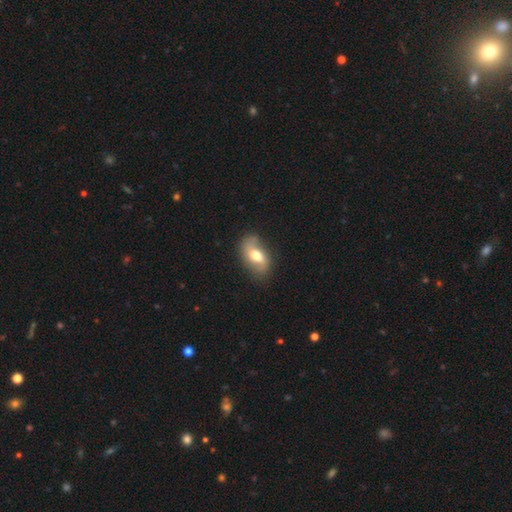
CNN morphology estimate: Smooth or featured? Predicted: smooth (p=0.60). How rounded? Predicted: in between (p=0.88). Merging? Predicted: none (p=0.70).